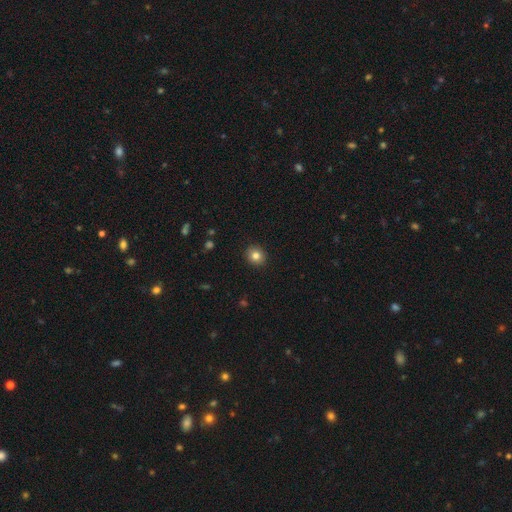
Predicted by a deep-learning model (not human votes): Smooth or featured? smooth (82%)
How rounded? round (79%)
Merging? none (91%)